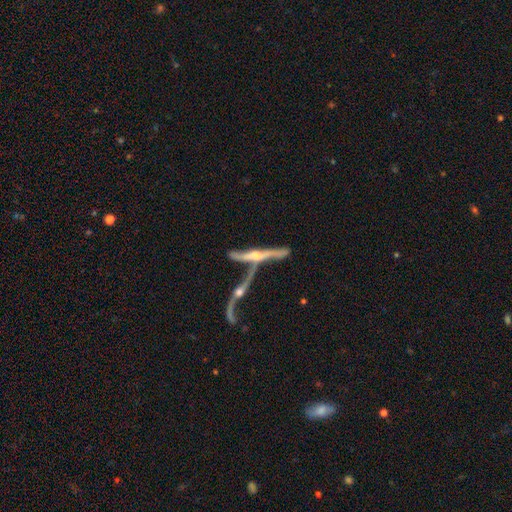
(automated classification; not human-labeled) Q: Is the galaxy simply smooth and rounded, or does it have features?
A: featured or disk — 78%.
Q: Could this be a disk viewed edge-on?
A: yes — 76%.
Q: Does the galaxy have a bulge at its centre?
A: rounded — 82%.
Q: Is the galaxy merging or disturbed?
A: merger — 50%.